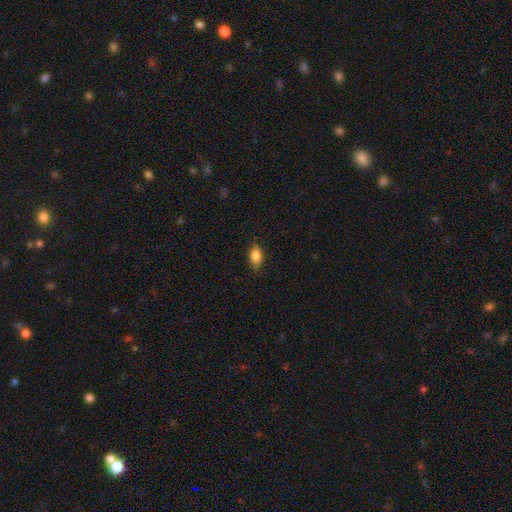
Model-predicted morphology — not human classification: Smooth or featured? Predicted: smooth (p=0.84). How rounded? Predicted: in between (p=0.84). Merging? Predicted: none (p=0.81).